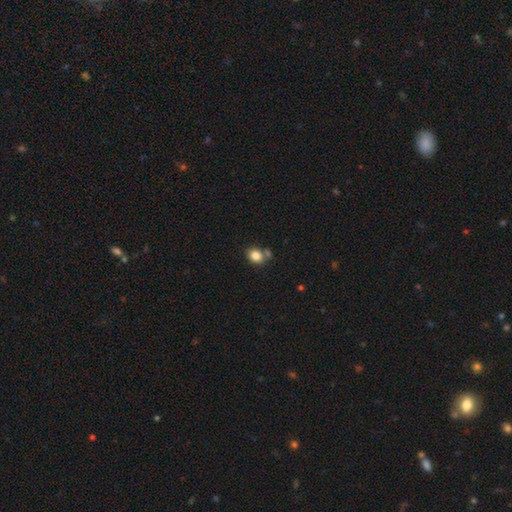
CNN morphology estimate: smooth 83%, star or artifact 10%, featured or disk 7%. Down the decision tree: how rounded — round (50%); merging — none (64%).